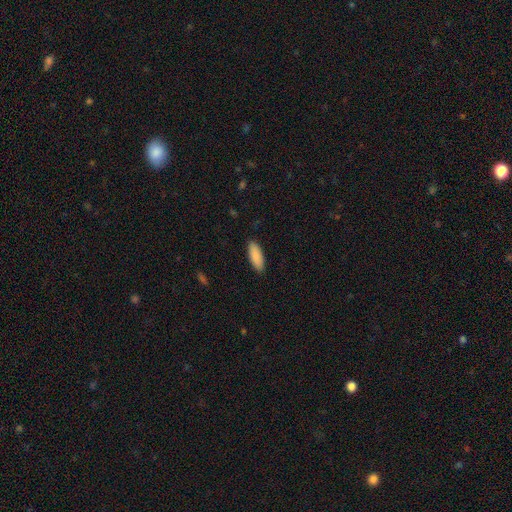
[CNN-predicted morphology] smooth 90%, star or artifact 6%, featured or disk 4%. Down the decision tree: how rounded — in between (67%); merging — none (90%).